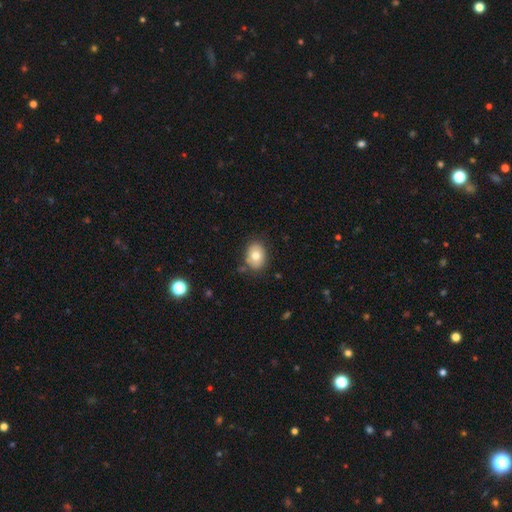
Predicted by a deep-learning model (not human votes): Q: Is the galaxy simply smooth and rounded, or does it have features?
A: smooth — 76%.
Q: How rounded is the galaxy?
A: in between — 66%.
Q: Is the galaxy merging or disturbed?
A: none — 81%.